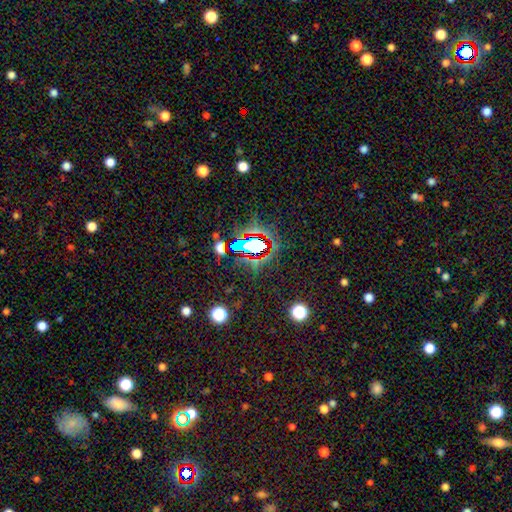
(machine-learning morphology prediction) A star or artifact, not a galaxy (70%).